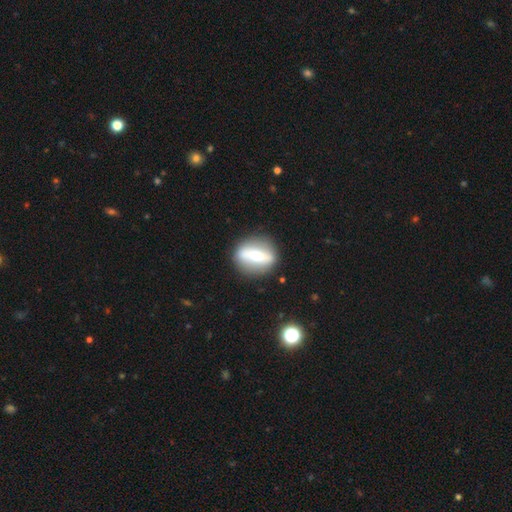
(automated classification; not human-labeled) Morphology: type=featured or disk (52%); edge-on=no (59%); merging=none (83%).